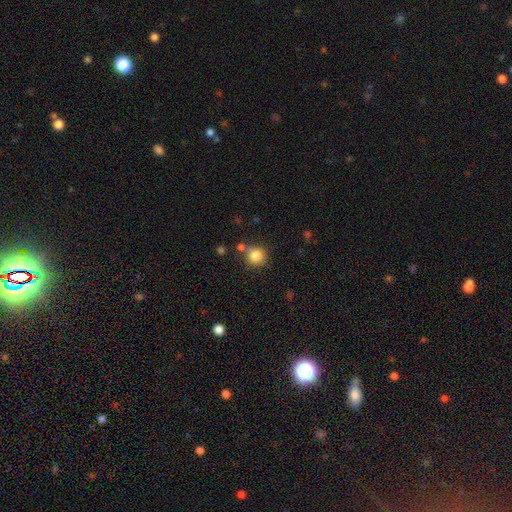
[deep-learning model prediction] Overall: smooth (84%). How rounded: round (91%). Merging: none (73%).